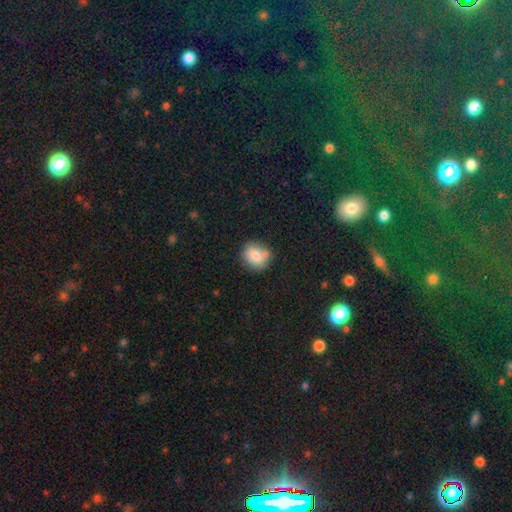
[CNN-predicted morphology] The model was most divided on "merging": none: 68%, minor disturbance: 15%, merger: 13%, major disturbance: 3%. More confident: how rounded — round (78%); smooth or featured — smooth (76%).